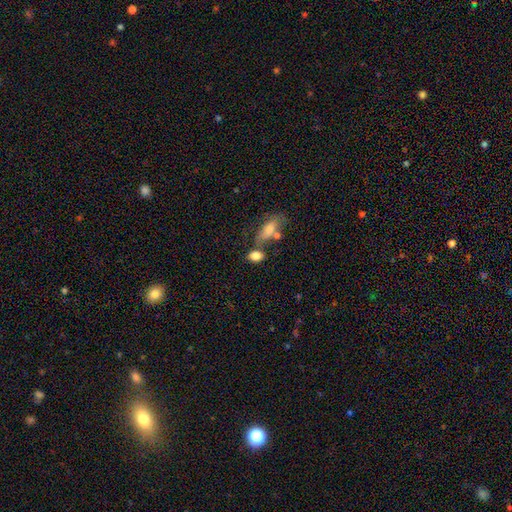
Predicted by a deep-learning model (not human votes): This is clearly a smooth galaxy (82%). How rounded: likely in between (79%). Merging: possibly none (50%).